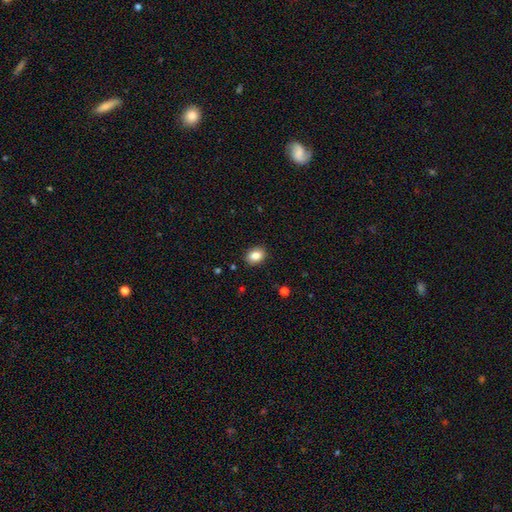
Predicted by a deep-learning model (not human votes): Morphology: type=smooth (86%); roundness=in between (62%); merging=none (89%).